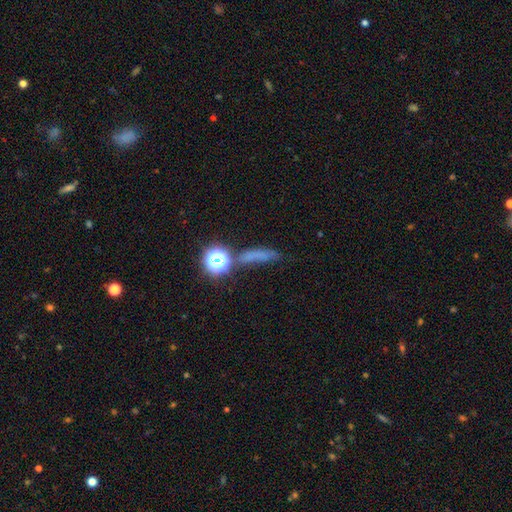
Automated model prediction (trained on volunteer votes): This is possibly a smooth galaxy (54%). How rounded: likely cigar-shaped (60%). Merging: possibly none (59%).